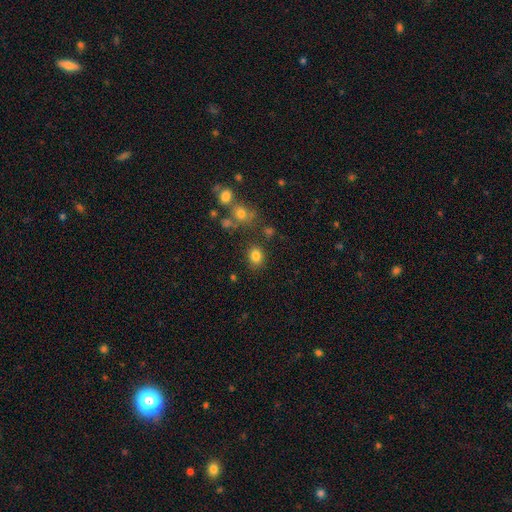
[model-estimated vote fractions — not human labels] This is clearly a smooth galaxy (81%). How rounded: likely round (62%). Merging: likely none (80%).